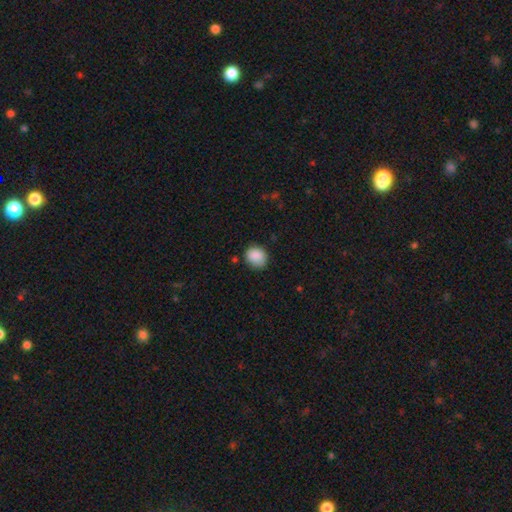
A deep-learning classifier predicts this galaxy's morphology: smooth_or_featured: smooth (p=0.88) [alt: star or artifact p=0.08]
how_rounded: round (p=0.66) [alt: in between p=0.33]
merging: none (p=0.76) [alt: minor disturbance p=0.19]